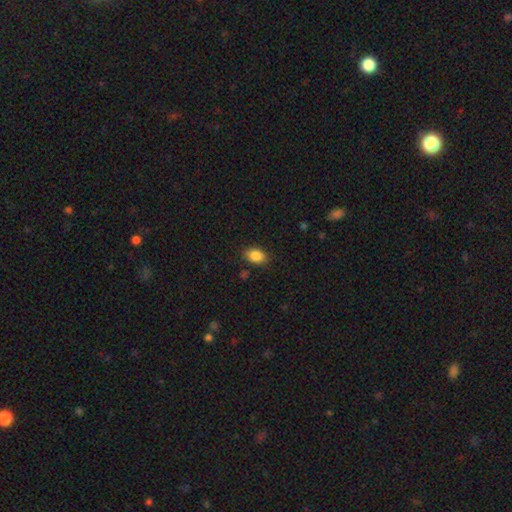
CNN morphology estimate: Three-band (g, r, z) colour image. It shows a smooth galaxy with no disk features (87%) that is in between round and cigar-shaped (82%). Merging: none (84%).